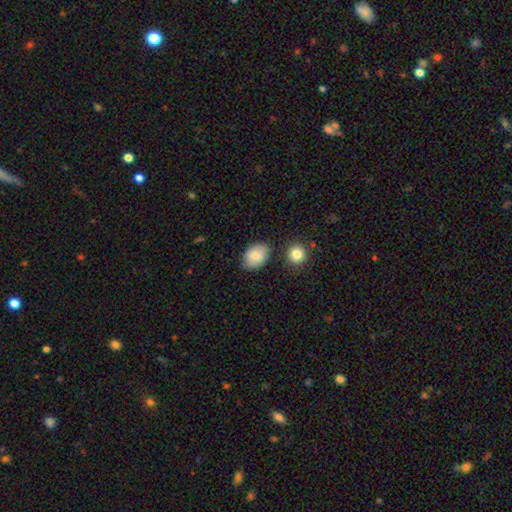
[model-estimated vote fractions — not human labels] This appears to be a smooth galaxy with no disk features (84%) that is in between round and cigar-shaped (81%). Merging: none (80%).